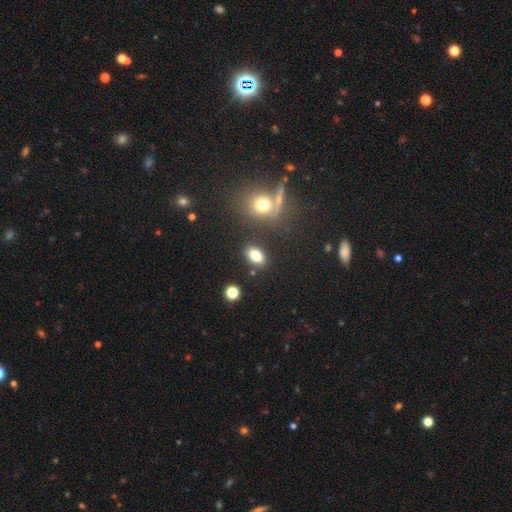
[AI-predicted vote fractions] A smooth galaxy with no disk features (80%) that is in between round and cigar-shaped (83%). Merging: none (82%).